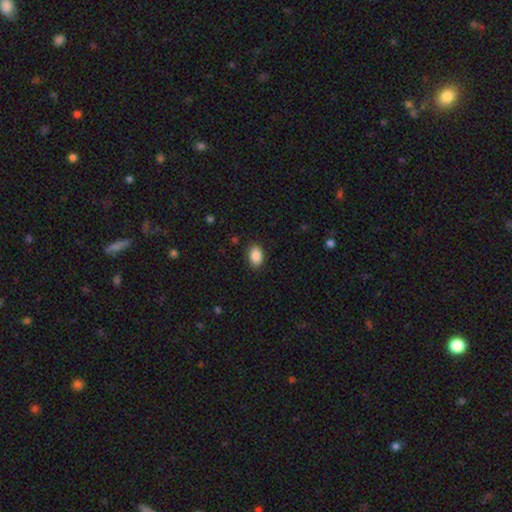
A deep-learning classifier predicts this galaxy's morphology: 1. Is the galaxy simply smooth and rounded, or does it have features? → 89% smooth, 8% star or artifact, 3% featured or disk.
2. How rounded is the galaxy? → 86% in between, 13% round, 1% cigar-shaped.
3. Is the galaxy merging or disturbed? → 88% none, 9% minor disturbance, 2% major disturbance, 1% merger.